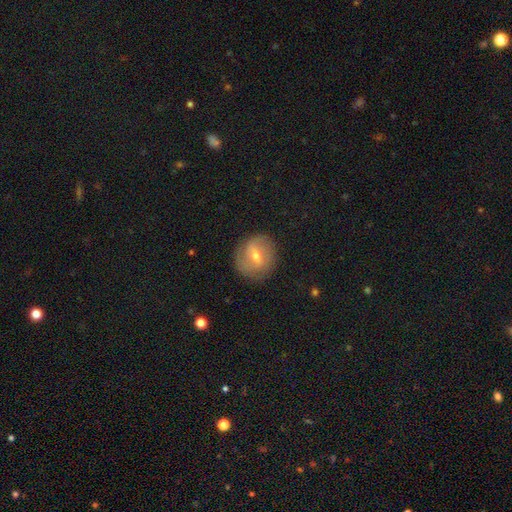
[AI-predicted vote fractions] A featured or disk galaxy (56%) with a weak bar (52%), spiral arms (60%) and a small central bulge (48%).

Vote fractions:
- Smooth or featured? featured or disk: 56% / smooth: 36% / star or artifact: 8%
- Edge-on disk? no: 93% / yes: 7%
- Bar? weak: 52% / strong: 30% / no: 18%
- Spiral arms? yes: 60% / no: 40%
- Bulge size? small: 48% / moderate: 47% / large: 2% / none: 2% / dominant: 1%
- Merging? none: 79% / minor disturbance: 14% / major disturbance: 5% / merger: 1%